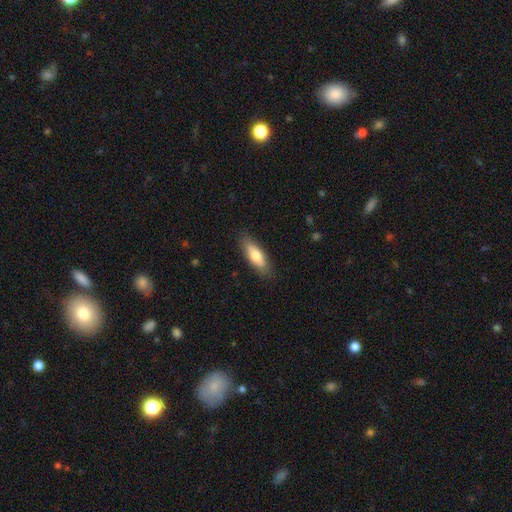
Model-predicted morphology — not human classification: Smooth or featured? smooth (70%)
How rounded? in between (61%)
Merging? none (84%)